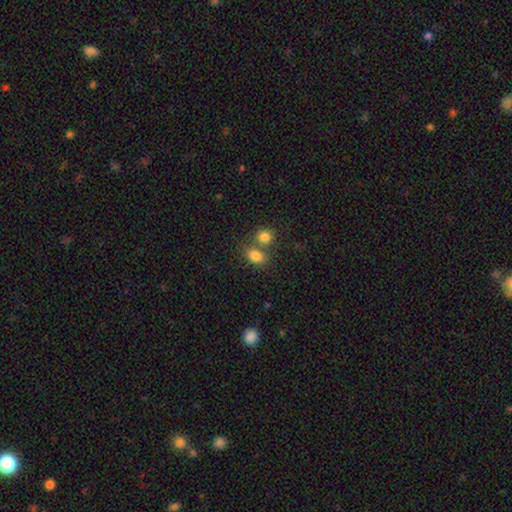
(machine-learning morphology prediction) Overall: smooth (82%). How rounded: in between (71%). Merging: none (49%; merger 37%).